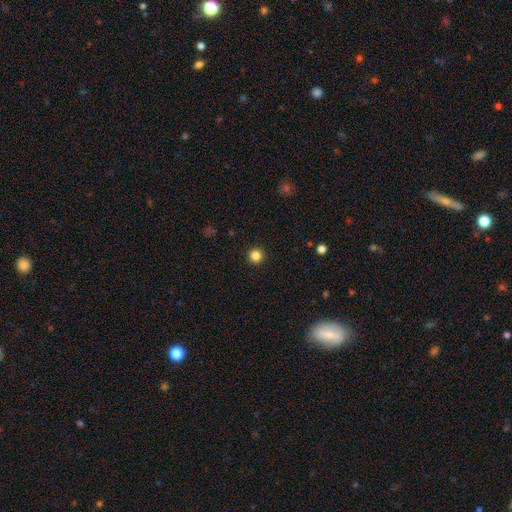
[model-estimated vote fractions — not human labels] smooth 84%, star or artifact 12%, featured or disk 4%. Down the decision tree: how rounded — round (96%); merging — none (94%).